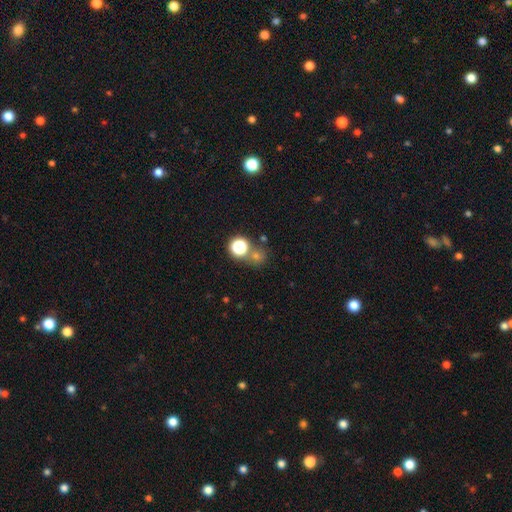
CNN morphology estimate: smooth 60%, star or artifact 33%, featured or disk 8%. Down the decision tree: how rounded — round (87%); merging — none (65%).